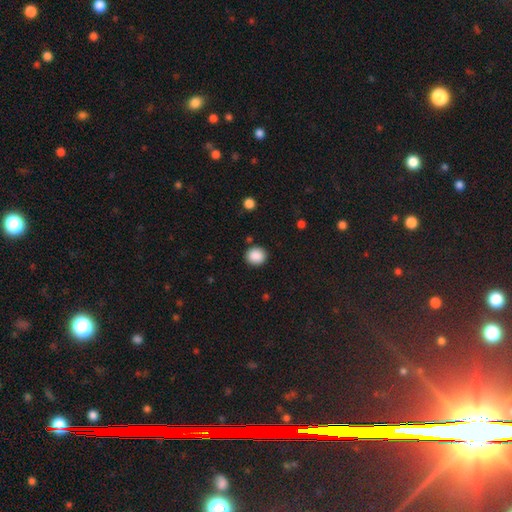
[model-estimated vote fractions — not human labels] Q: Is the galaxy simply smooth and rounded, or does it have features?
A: smooth — 88%.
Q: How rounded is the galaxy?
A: round — 85%.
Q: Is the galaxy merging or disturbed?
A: none — 89%.